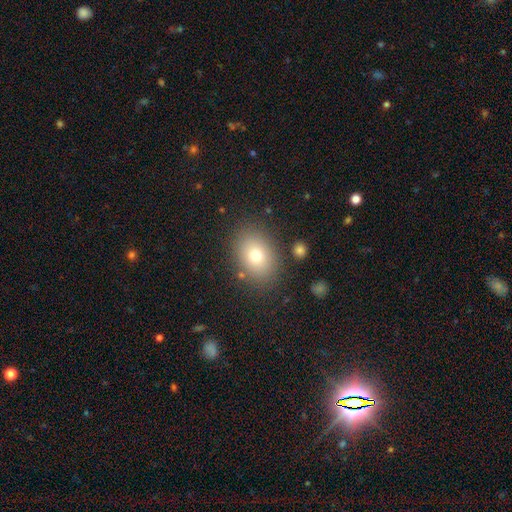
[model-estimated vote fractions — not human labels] smooth 76%, featured or disk 13%, star or artifact 11%. Down the decision tree: how rounded — in between (69%); merging — none (83%).